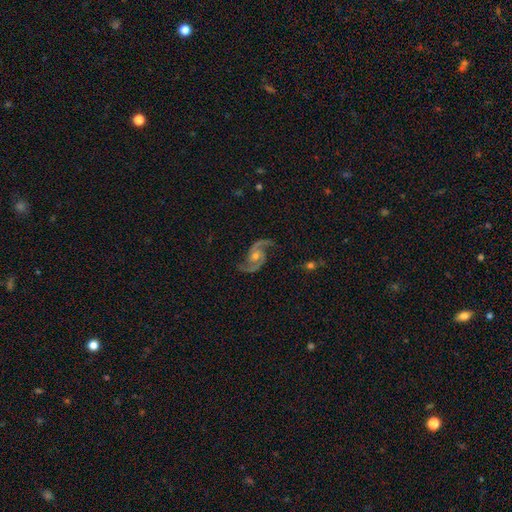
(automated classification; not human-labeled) smooth_or_featured: featured or disk (p=0.92) [alt: star or artifact p=0.05]
disk_edge_on: no (p=0.98) [alt: yes p=0.02]
bar: no (p=0.63) [alt: weak p=0.29]
has_spiral_arms: yes (p=0.98) [alt: no p=0.02]
spiral_winding: medium (p=0.54) [alt: loose p=0.34]
spiral_arm_count: 2 (p=0.94) [alt: can't tell p=0.01]
bulge_size: moderate (p=0.57) [alt: small p=0.36]
merging: none (p=0.81) [alt: minor disturbance p=0.12]